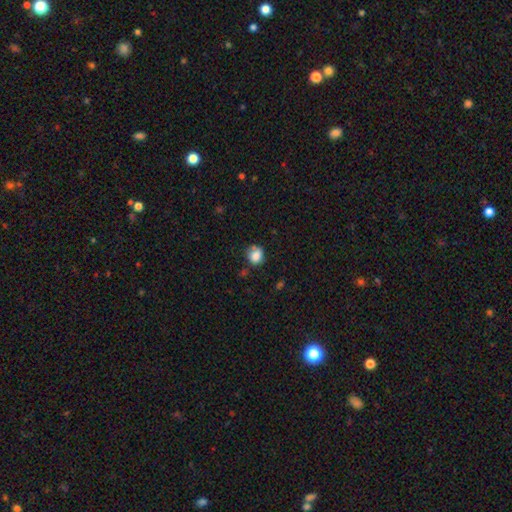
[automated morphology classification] smooth_or_featured: smooth (p=0.82) [alt: star or artifact p=0.10]
how_rounded: round (p=0.72) [alt: in between p=0.27]
merging: none (p=0.55) [alt: minor disturbance p=0.27]